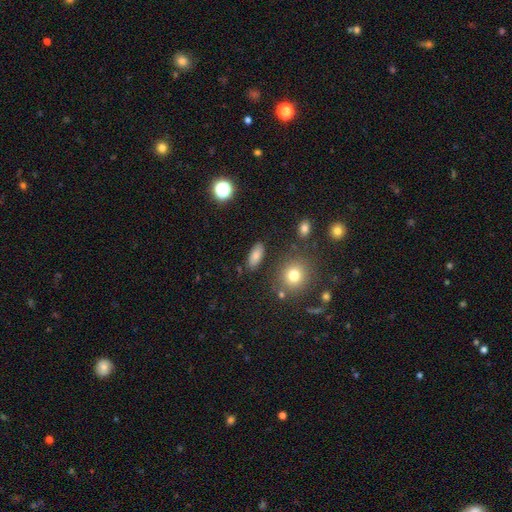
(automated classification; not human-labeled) A smooth galaxy with no disk features (79%) that is in between round and cigar-shaped (83%). Merging: none (85%).